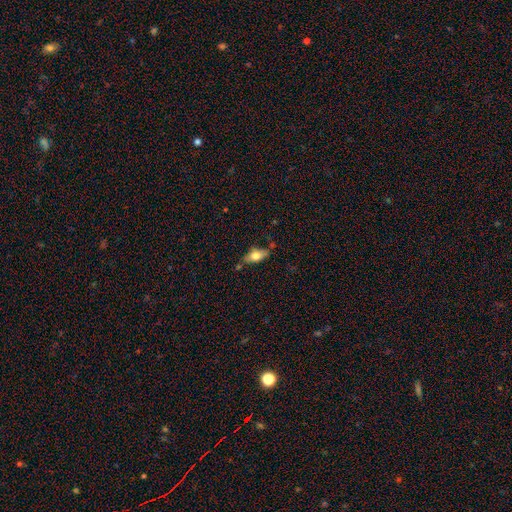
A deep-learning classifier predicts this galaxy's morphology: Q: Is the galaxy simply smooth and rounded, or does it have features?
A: smooth — 66%.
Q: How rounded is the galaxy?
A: in between — 80%.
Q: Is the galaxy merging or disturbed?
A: none — 67%.